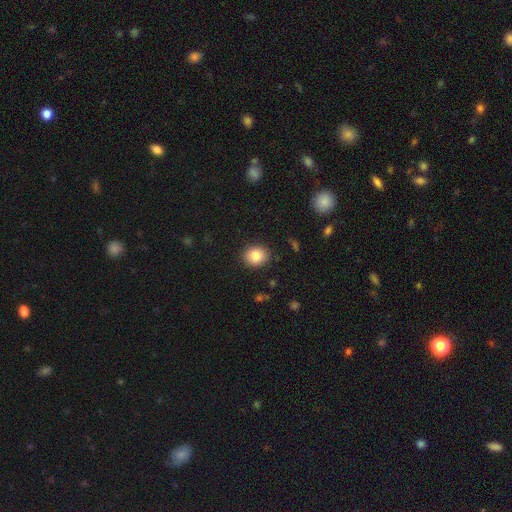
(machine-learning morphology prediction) This is clearly a smooth galaxy (83%). How rounded: likely round (75%). Merging: clearly none (90%).